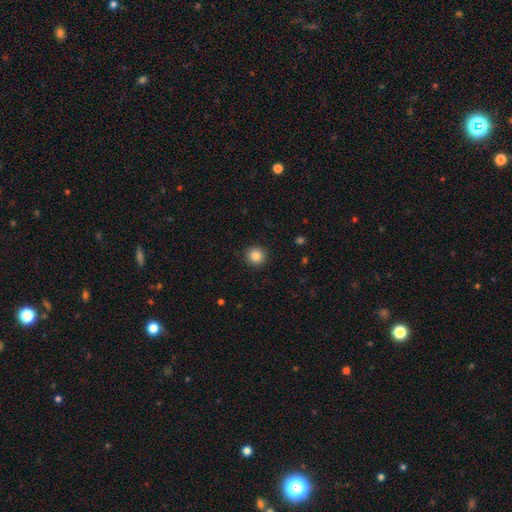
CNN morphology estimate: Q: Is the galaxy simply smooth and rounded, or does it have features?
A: smooth — 86%.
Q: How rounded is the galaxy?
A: round — 93%.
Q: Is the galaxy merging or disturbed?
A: none — 91%.